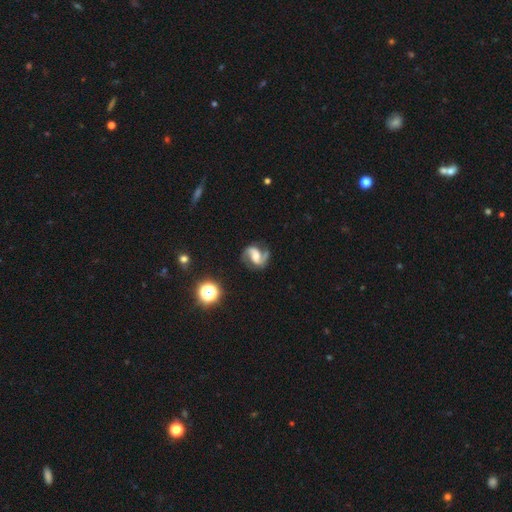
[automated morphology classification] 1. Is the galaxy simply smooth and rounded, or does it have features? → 84% featured or disk, 9% smooth, 7% star or artifact.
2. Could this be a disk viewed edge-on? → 98% no, 2% yes.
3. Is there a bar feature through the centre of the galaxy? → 46% weak, 30% no, 25% strong.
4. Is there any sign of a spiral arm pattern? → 97% yes, 3% no.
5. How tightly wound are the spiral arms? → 53% medium, 32% loose, 15% tight.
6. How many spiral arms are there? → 91% 2, 3% can't tell, 3% 1, 2% 3, 1% 4, 1% more than 4.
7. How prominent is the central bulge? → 48% moderate, 25% small, 16% large, 9% none, 2% dominant.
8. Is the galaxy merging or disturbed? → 75% none, 15% minor disturbance, 7% major disturbance, 2% merger.